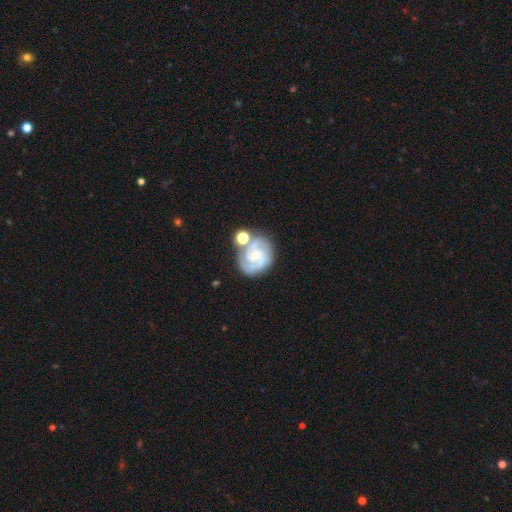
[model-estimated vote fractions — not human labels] smooth-or-featured: featured or disk: 82% | smooth: 12% | star or artifact: 6%
  disk-edge-on: no: 98% | yes: 2%
    bar: no: 55% | weak: 37% | strong: 8%
    has-spiral-arms: yes: 96% | no: 4%
      spiral-winding: tight: 52% | medium: 39% | loose: 8%
      spiral-arm-count: 2: 41% | 3: 34% | can't tell: 14% | 4: 5% | 1: 3% | more than 4: 3%
    bulge-size: small: 62% | moderate: 27% | none: 9% | large: 2% | dominant: 1%
  merging: none: 58% | minor disturbance: 18% | merger: 17% | major disturbance: 8%